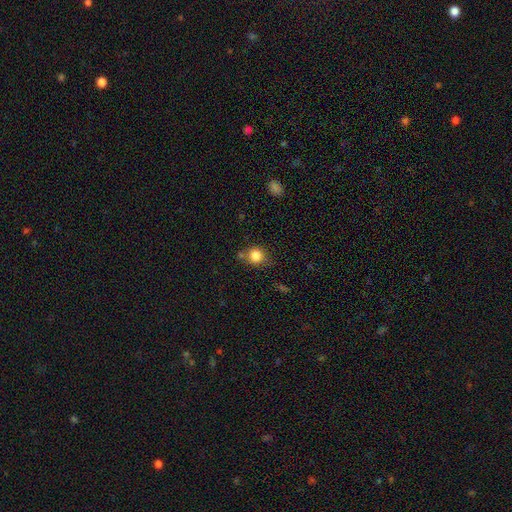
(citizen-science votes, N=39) Smooth or featured: smooth — 92% (star or artifact — 8%)
How rounded: round — 75% (in between — 25%)
Merging: none — 58% (minor disturbance — 22%)